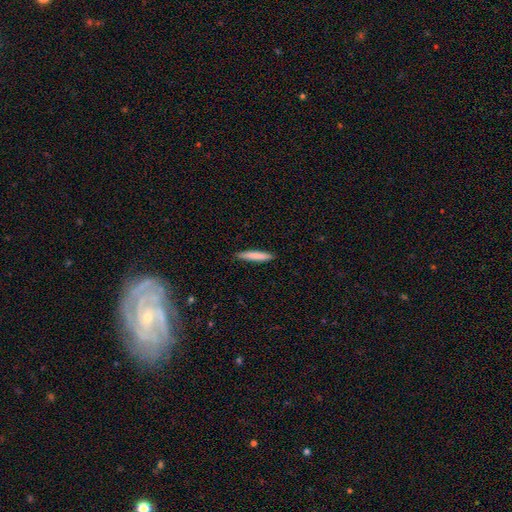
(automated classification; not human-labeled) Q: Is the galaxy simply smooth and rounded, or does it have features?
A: smooth — 81%.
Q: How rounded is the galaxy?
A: cigar-shaped — 94%.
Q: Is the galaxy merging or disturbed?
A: none — 91%.